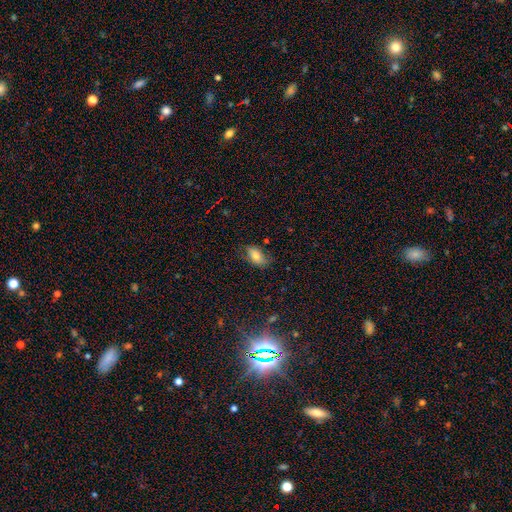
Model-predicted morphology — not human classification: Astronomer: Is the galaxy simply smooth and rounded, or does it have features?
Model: smooth — 73%.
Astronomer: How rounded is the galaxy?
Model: in between — 91%.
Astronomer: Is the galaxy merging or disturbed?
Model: none — 67%.